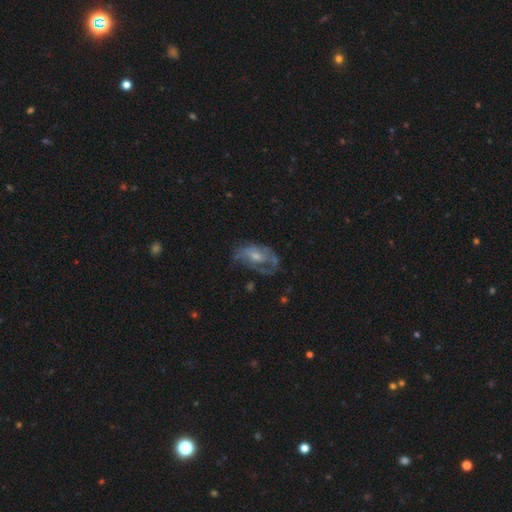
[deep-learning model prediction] This appears to be a featured or disk galaxy (64%) with no bar (71%), spiral arms (63%) and a small central bulge (47%). Merging: none (51%).